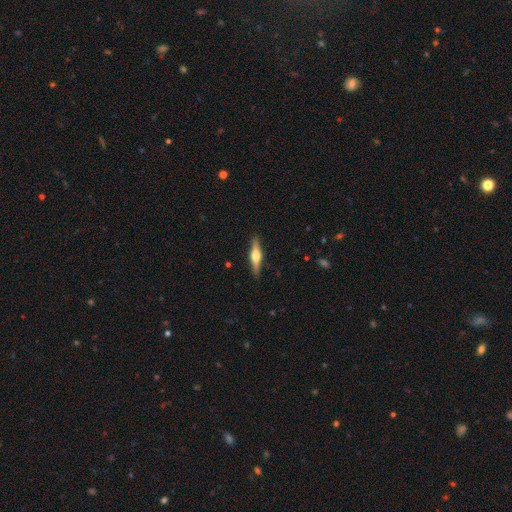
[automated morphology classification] The model was most divided on "smooth or featured": featured or disk: 63%, smooth: 32%, star or artifact: 5%. More confident: edge-on disk — yes (97%); edge-on bulge — rounded (93%); merging — none (89%).